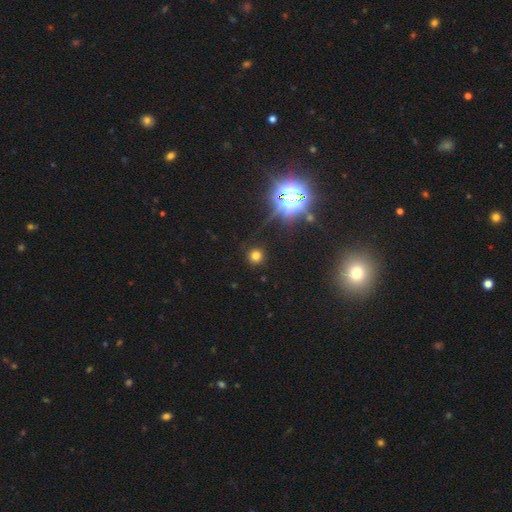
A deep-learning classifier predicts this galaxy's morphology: A smooth galaxy with no disk features (69%) that is round (93%).

Vote fractions:
- Smooth or featured? smooth: 69% / star or artifact: 24% / featured or disk: 7%
- How rounded? round: 93% / in between: 6% / cigar-shaped: 1%
- Merging? none: 88% / minor disturbance: 7% / major disturbance: 3% / merger: 2%